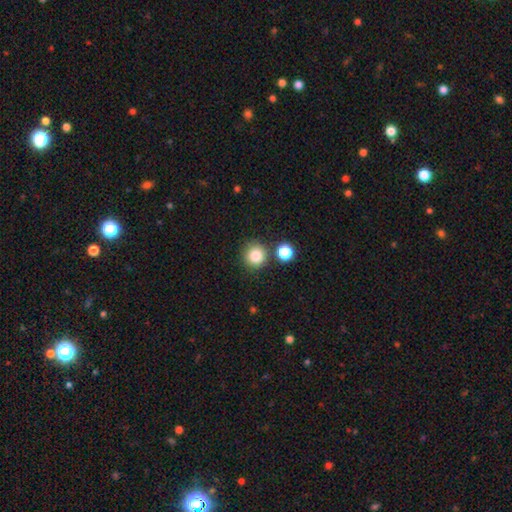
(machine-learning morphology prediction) Overall: smooth (84%). How rounded: round (93%). Merging: none (80%).